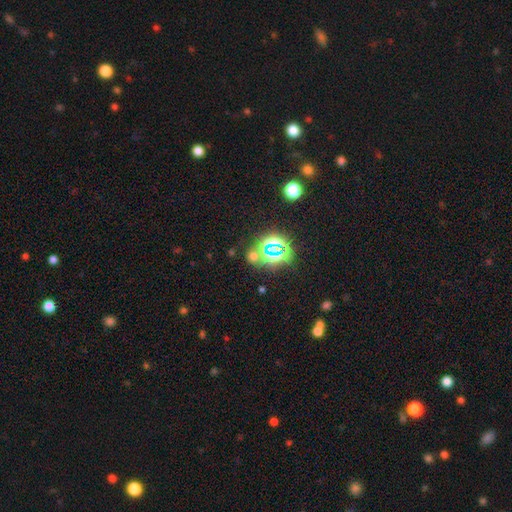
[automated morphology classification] Smooth or featured? Predicted: star or artifact (p=0.72).